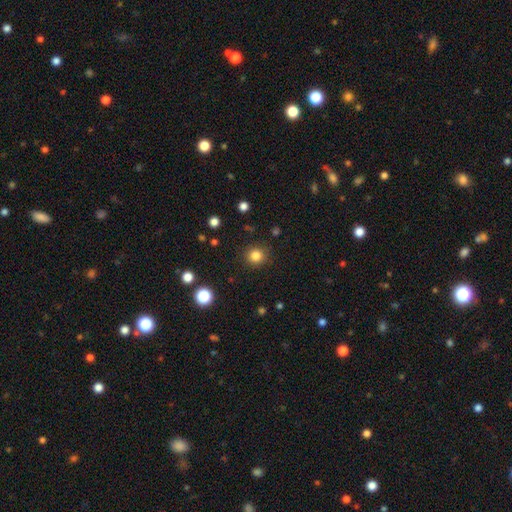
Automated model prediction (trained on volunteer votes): Smooth or featured: smooth — 83% (star or artifact — 13%)
How rounded: round — 91% (in between — 8%)
Merging: none — 89% (minor disturbance — 7%)